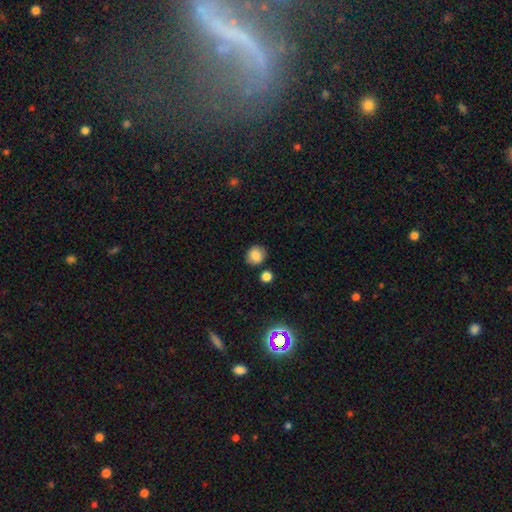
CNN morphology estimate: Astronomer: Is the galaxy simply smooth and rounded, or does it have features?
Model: smooth — 84%.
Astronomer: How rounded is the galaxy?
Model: round — 79%.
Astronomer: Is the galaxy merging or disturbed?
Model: none — 81%.